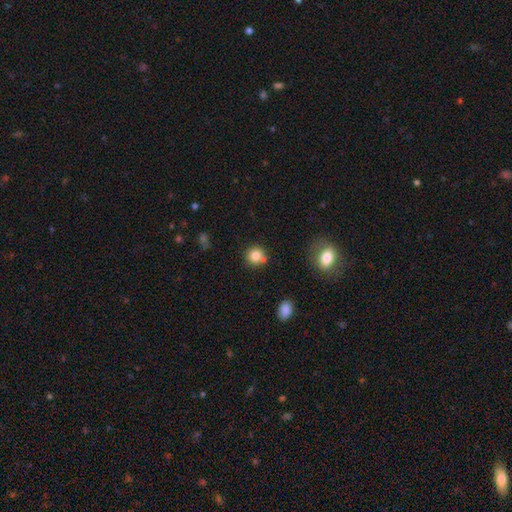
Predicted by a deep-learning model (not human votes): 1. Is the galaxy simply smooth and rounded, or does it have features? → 81% smooth, 11% star or artifact, 7% featured or disk.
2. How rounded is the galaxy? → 89% round, 10% in between, 1% cigar-shaped.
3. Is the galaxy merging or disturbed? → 67% none, 18% merger, 12% minor disturbance, 3% major disturbance.